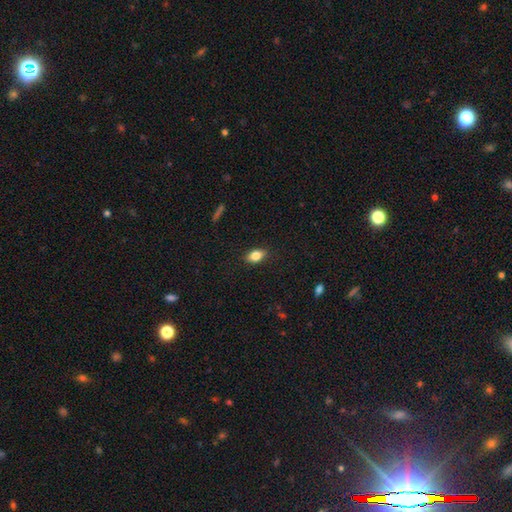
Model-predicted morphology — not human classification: The model was most divided on "smooth or featured": smooth: 80%, featured or disk: 12%, star or artifact: 8%. More confident: merging — none (86%); how rounded — in between (85%).